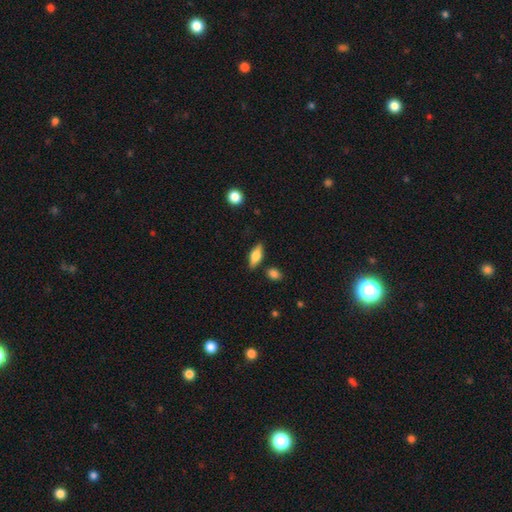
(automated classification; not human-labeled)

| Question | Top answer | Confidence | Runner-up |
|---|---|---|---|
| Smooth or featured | smooth | 64% | featured or disk (30%) |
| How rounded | in between | 69% | cigar-shaped (28%) |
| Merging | none | 81% | minor disturbance (12%) |